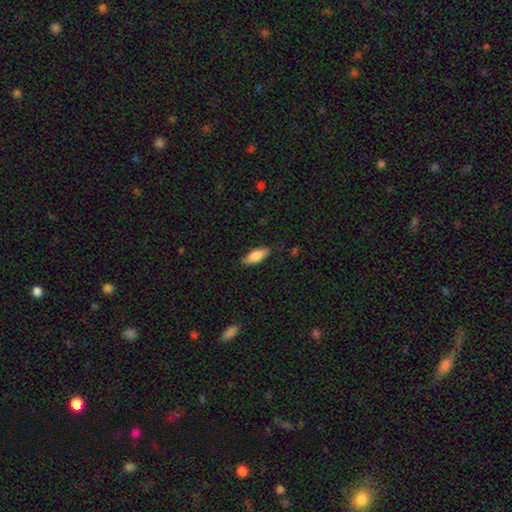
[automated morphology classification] A smooth galaxy with no disk features (78%) that is in between round and cigar-shaped (70%). Merging: none (83%).